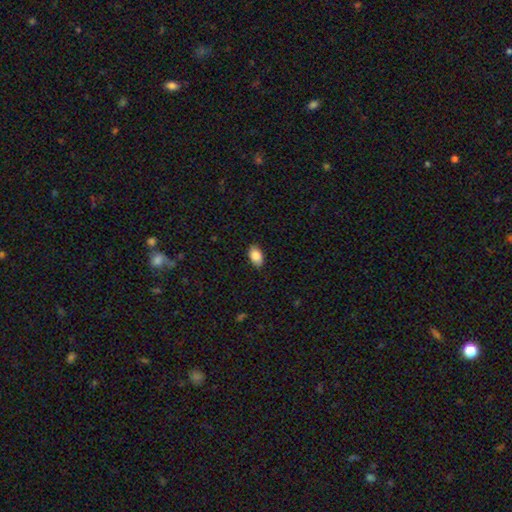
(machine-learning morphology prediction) smooth 87%, star or artifact 7%, featured or disk 6%. Down the decision tree: how rounded — in between (90%); merging — none (85%).